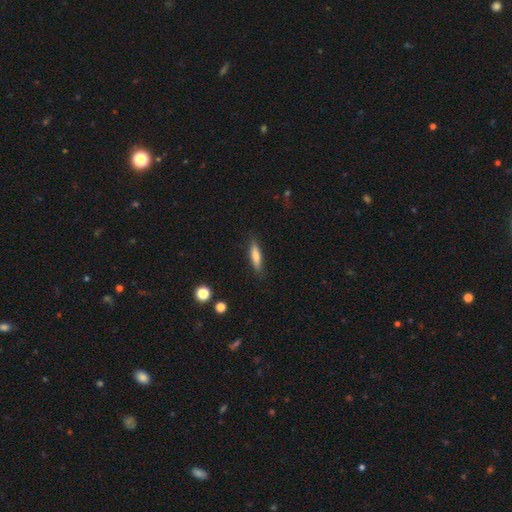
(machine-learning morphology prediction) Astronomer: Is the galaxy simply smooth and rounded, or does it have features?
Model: smooth — 70%.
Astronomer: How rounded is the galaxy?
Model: cigar-shaped — 75%.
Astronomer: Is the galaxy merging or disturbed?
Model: none — 86%.